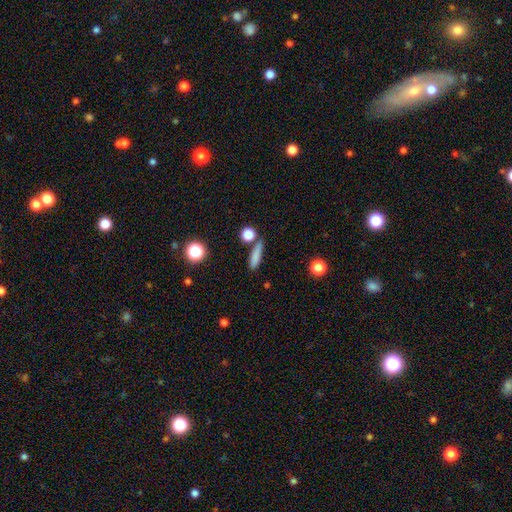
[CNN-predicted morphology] Smooth or featured?
  - smooth: 80% *
  - featured or disk: 10%
  - star or artifact: 10%
How rounded?
  - cigar-shaped: 70% *
  - in between: 23%
  - round: 7%
Merging?
  - none: 75% *
  - minor disturbance: 13%
  - merger: 9%
  - major disturbance: 4%